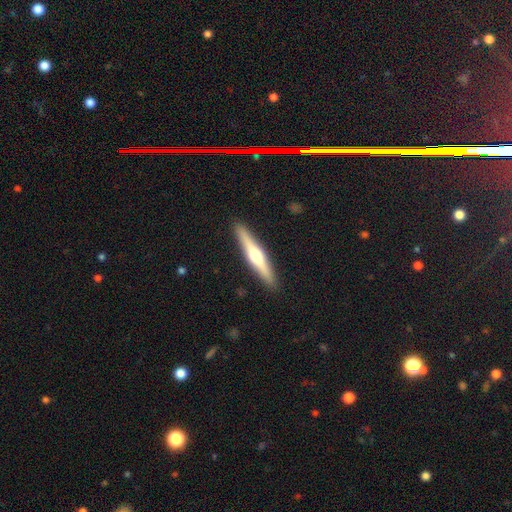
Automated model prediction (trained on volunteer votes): Smooth or featured: featured or disk — 60% (smooth — 36%)
Edge-on disk: yes — 97% (no — 3%)
Edge-on bulge: rounded — 89% (none — 6%)
Merging: none — 91% (minor disturbance — 6%)